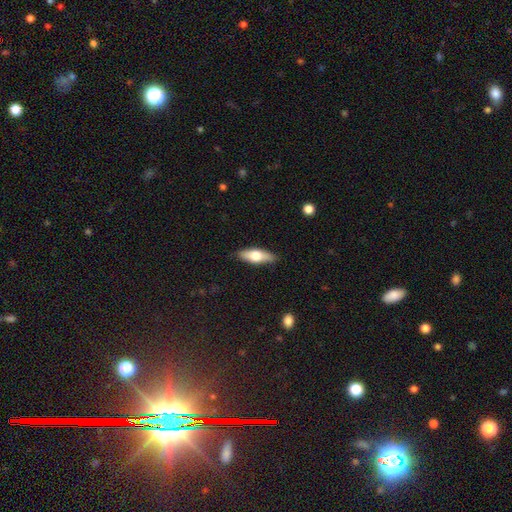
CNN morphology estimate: The model was most divided on "how rounded": in between: 60%, cigar-shaped: 37%, round: 3%. More confident: merging — none (86%); smooth or featured — smooth (61%).